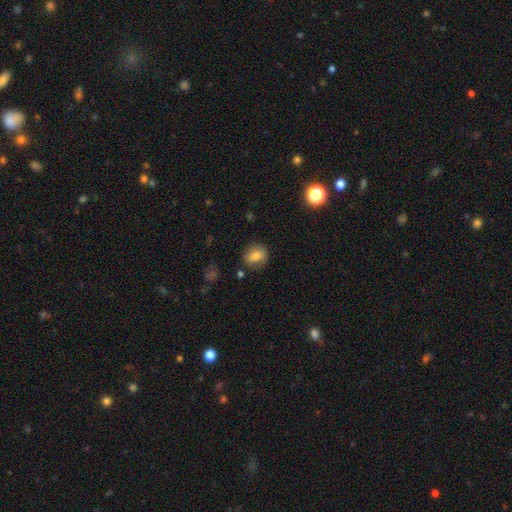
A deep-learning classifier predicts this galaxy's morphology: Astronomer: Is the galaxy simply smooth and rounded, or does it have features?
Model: smooth — 78%.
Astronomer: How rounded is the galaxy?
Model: round — 56% (runner-up: in between, 43%).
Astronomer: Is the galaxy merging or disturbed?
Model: none — 79%.